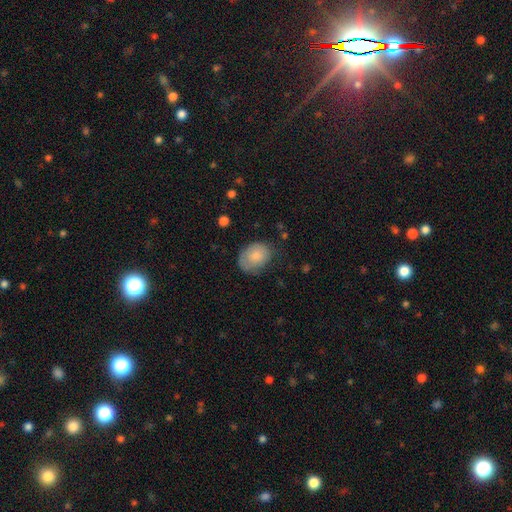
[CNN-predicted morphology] Smooth or featured?
  - smooth: 80% *
  - featured or disk: 13%
  - star or artifact: 7%
How rounded?
  - in between: 67% *
  - round: 32%
  - cigar-shaped: 1%
Merging?
  - none: 60% *
  - minor disturbance: 29%
  - major disturbance: 9%
  - merger: 2%